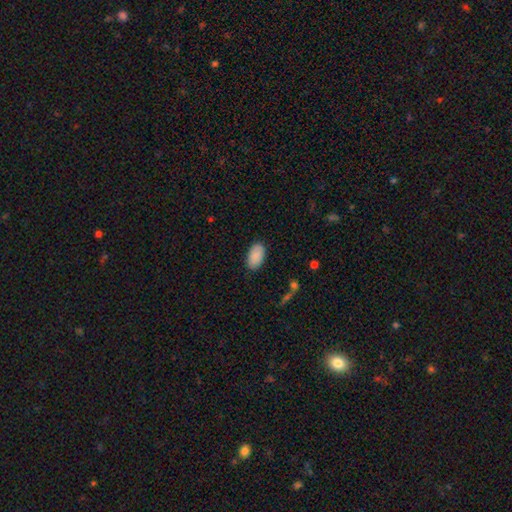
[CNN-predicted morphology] This is clearly a smooth galaxy (89%). How rounded: clearly in between (95%). Merging: clearly none (85%).